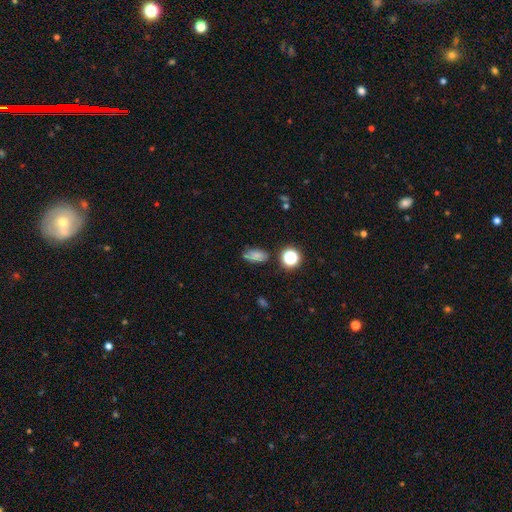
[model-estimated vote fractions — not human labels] A smooth galaxy with no disk features (75%) that is in between round and cigar-shaped (83%). Merging: none (70%).